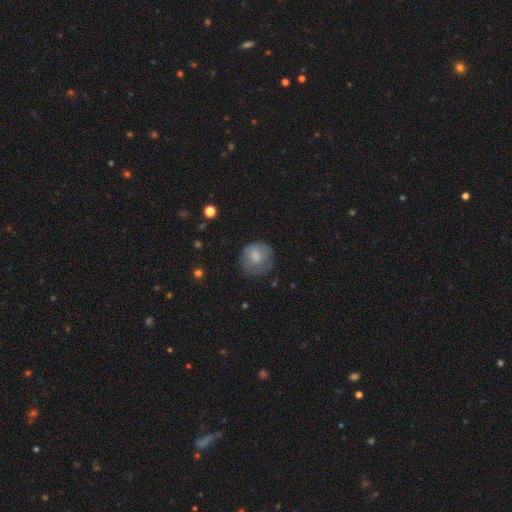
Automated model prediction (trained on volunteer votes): smooth_or_featured: smooth (p=0.70) [alt: featured or disk p=0.23]
how_rounded: round (p=0.82) [alt: in between p=0.17]
merging: none (p=0.62) [alt: minor disturbance p=0.24]